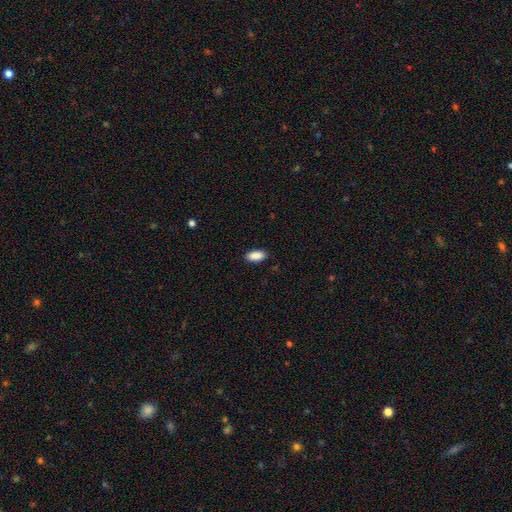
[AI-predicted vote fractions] This is clearly a smooth galaxy (90%). How rounded: clearly in between (91%). Merging: clearly none (89%).